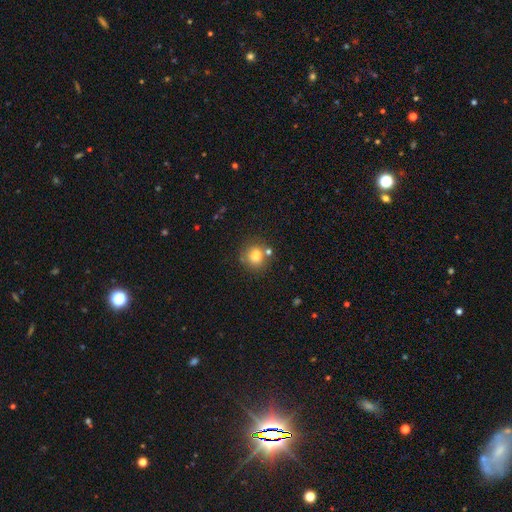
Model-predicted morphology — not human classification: Smooth or featured? Predicted: smooth (p=0.80). How rounded? Predicted: round (p=0.81). Merging? Predicted: none (p=0.72).